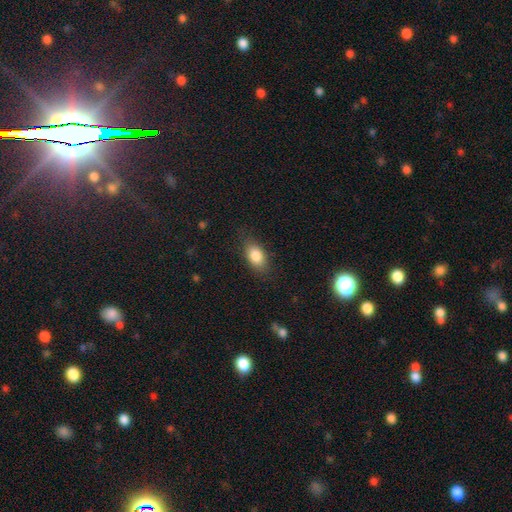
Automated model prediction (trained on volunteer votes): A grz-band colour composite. It shows a smooth galaxy with no disk features (84%) that is in between round and cigar-shaped (88%). Merging: none (82%).